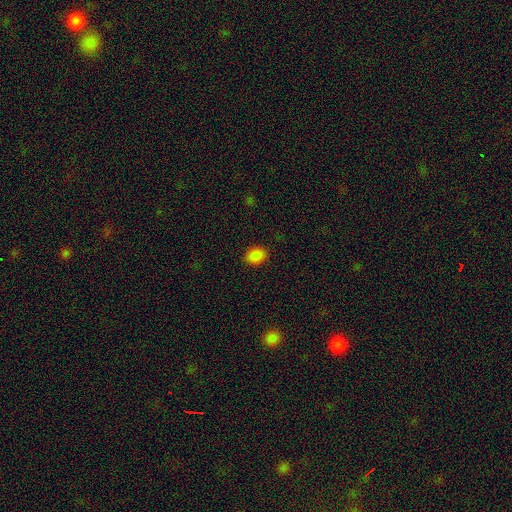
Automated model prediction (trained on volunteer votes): Smooth or featured? Predicted: smooth (p=0.86). How rounded? Predicted: in between (p=0.65). Merging? Predicted: none (p=0.88).